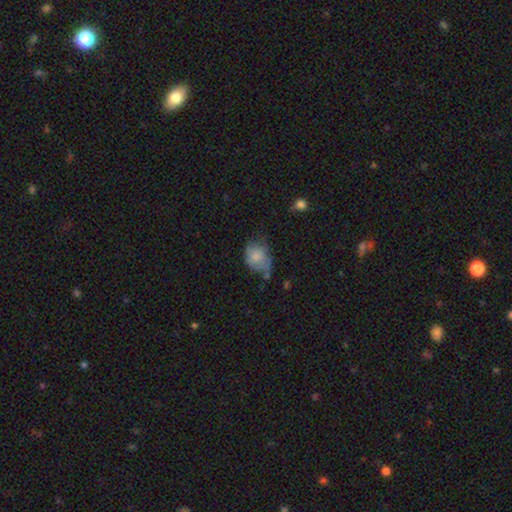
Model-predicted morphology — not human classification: Smooth or featured: smooth — 71% (featured or disk — 20%)
How rounded: in between — 63% (round — 36%)
Merging: minor disturbance — 37% (none — 36%)